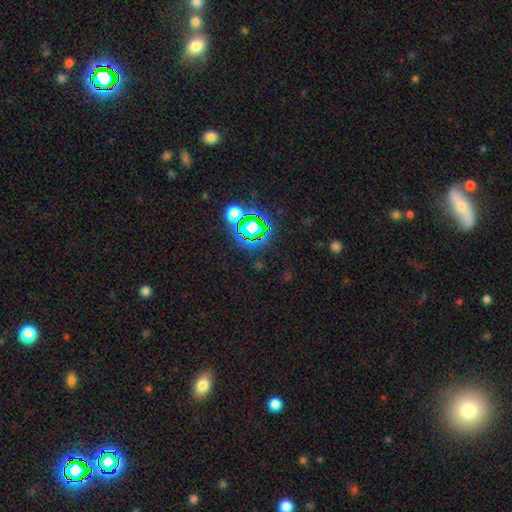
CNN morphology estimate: This appears to be a star or artifact, not a galaxy (76%).